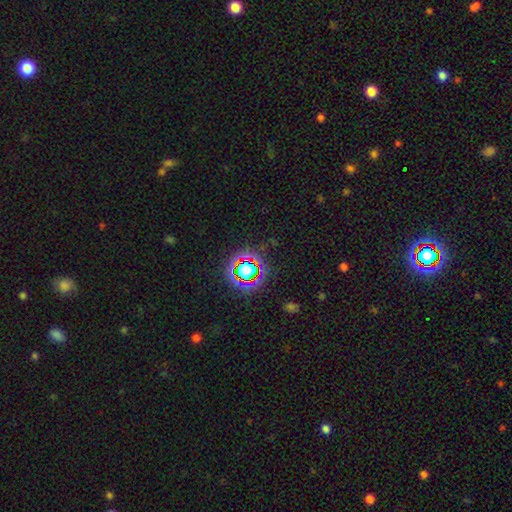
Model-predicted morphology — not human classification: star or artifact 79%, smooth 13%, featured or disk 8%.